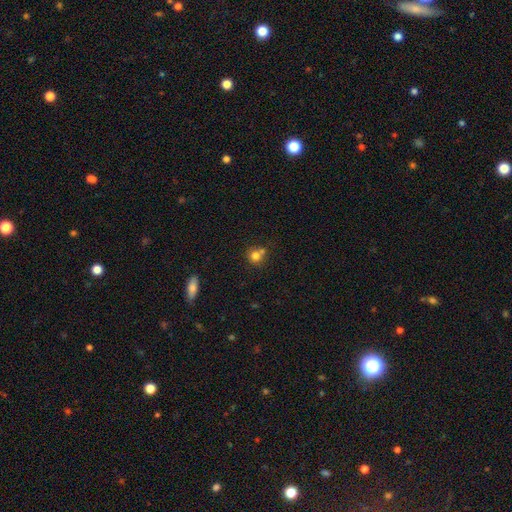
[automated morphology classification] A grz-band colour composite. It shows a smooth galaxy with no disk features (78%) that is round (87%). Merging: none (55%).